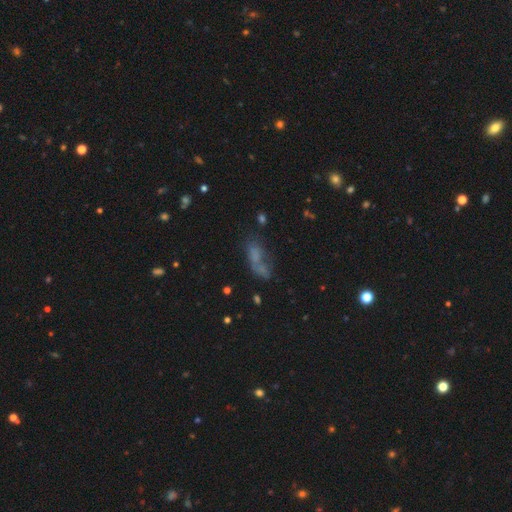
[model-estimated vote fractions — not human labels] Smooth or featured? Predicted: smooth (p=0.58). How rounded? Predicted: in between (p=0.73). Merging? Predicted: none (p=0.35).